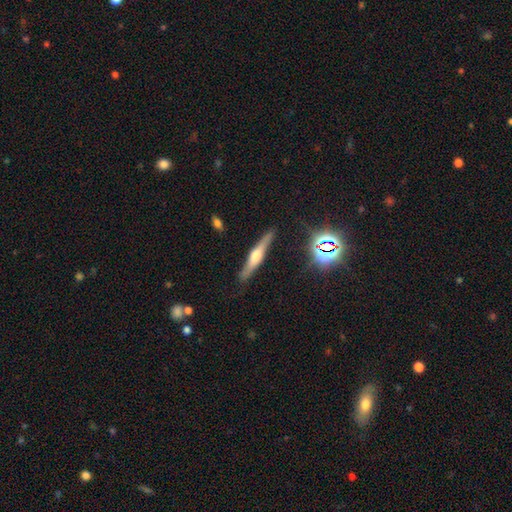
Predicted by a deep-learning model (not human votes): smooth_or_featured: featured or disk (p=0.67) [alt: smooth p=0.24]
disk_edge_on: yes (p=0.96) [alt: no p=0.04]
edge_on_bulge: rounded (p=0.83) [alt: boxy p=0.12]
merging: none (p=0.86) [alt: minor disturbance p=0.10]